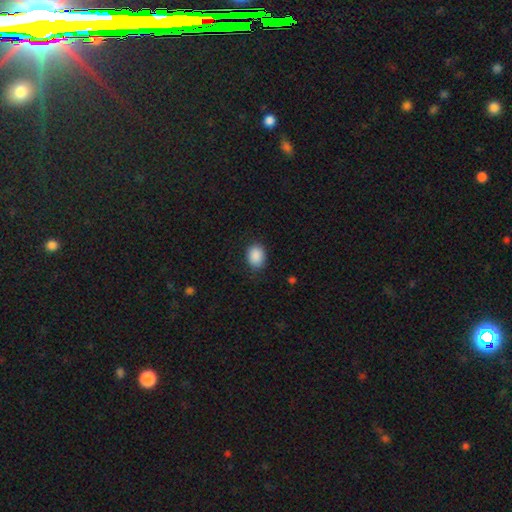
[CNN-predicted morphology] Smooth or featured?
  - smooth: 90% *
  - star or artifact: 8%
  - featured or disk: 3%
How rounded?
  - in between: 64% *
  - round: 35%
  - cigar-shaped: 1%
Merging?
  - none: 85% *
  - minor disturbance: 11%
  - major disturbance: 3%
  - merger: 1%